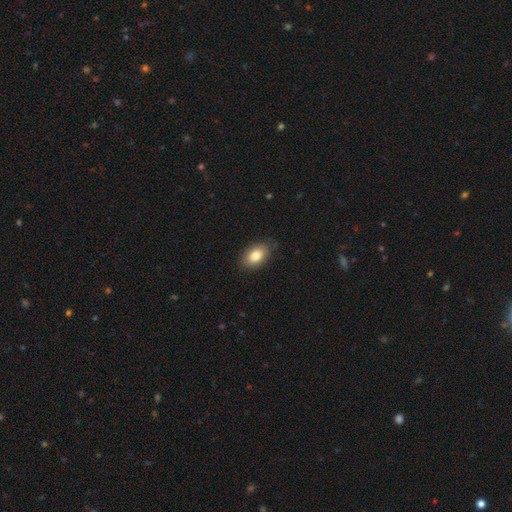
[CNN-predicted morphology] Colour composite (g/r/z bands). It shows a smooth galaxy with no disk features (82%) that is in between round and cigar-shaped (88%). Merging: none (84%).